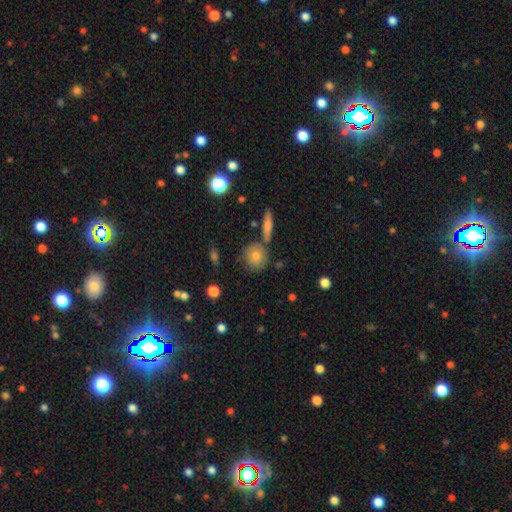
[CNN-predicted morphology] type=smooth (68%); roundness=round (85%); merging=none (73%).